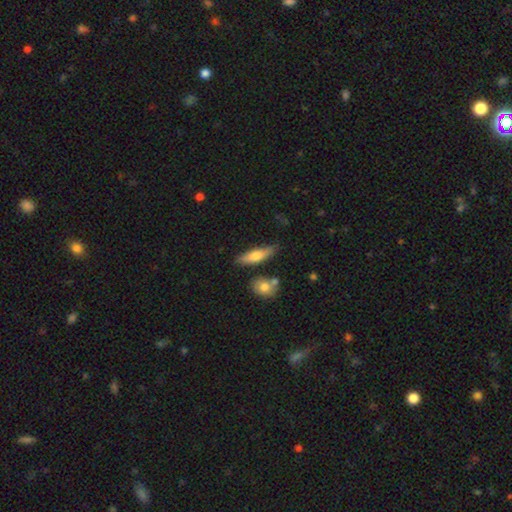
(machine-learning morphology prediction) This is likely a smooth galaxy (64%). How rounded: possibly cigar-shaped (59%). Merging: likely none (73%).